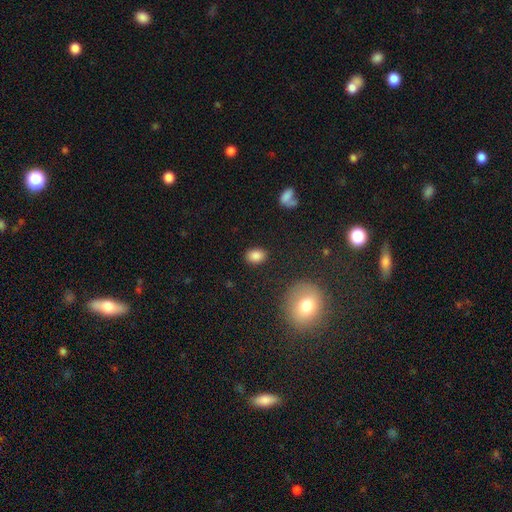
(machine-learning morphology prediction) Overall: smooth (86%). How rounded: in between (75%). Merging: none (85%).